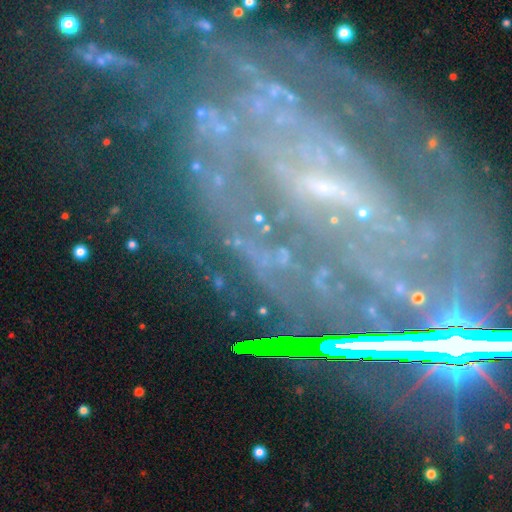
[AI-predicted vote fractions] A featured or disk galaxy (68%) with a strong bar (36%), tight (59%) spiral arms (85%) and a small central bulge (65%).

Vote fractions:
- Smooth or featured? featured or disk: 68% / star or artifact: 23% / smooth: 10%
- Edge-on disk? no: 89% / yes: 11%
- Bar? strong: 36% / weak: 33% / no: 31%
- Spiral arms? yes: 85% / no: 15%
- Spiral winding? tight: 59% / medium: 29% / loose: 12%
- Spiral arm count? can't tell: 34% / 2: 25% / 3: 12% / 4: 10% / more than 4: 10% / 1: 9%
- Bulge size? small: 65% / moderate: 20% / none: 9% / large: 3% / dominant: 2%
- Merging? none: 66% / minor disturbance: 17% / major disturbance: 13% / merger: 4%